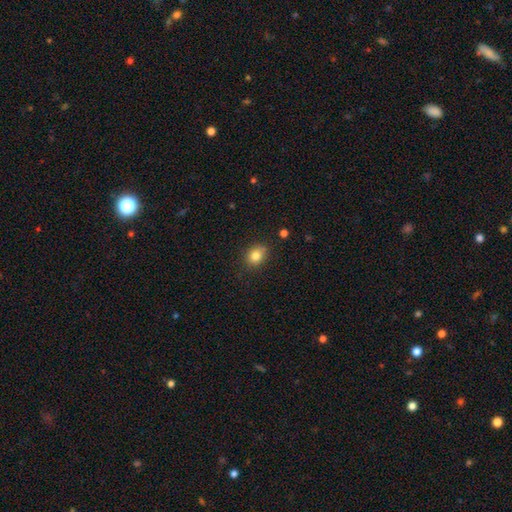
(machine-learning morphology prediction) This is clearly a smooth galaxy (82%). How rounded: possibly round (55%). Merging: likely none (78%).